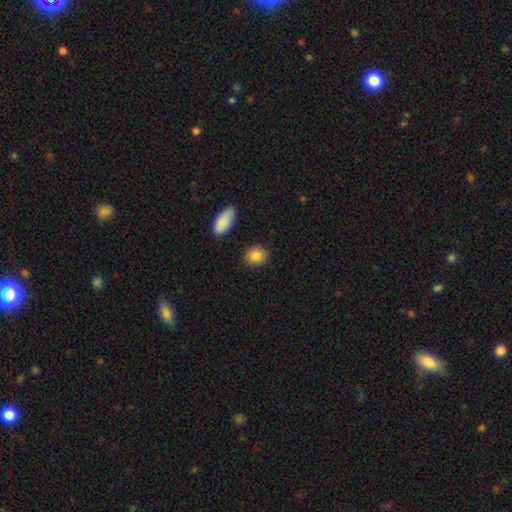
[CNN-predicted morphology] smooth_or_featured: smooth (p=0.87) [alt: star or artifact p=0.07]
how_rounded: round (p=0.65) [alt: in between p=0.34]
merging: none (p=0.87) [alt: minor disturbance p=0.08]